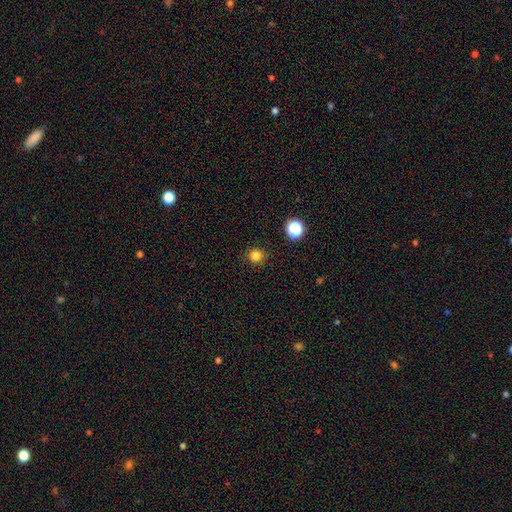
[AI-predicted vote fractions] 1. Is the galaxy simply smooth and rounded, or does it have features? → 82% smooth, 14% star or artifact, 4% featured or disk.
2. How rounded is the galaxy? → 92% round, 7% in between, 1% cigar-shaped.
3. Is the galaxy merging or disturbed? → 90% none, 7% minor disturbance, 2% major disturbance, 1% merger.